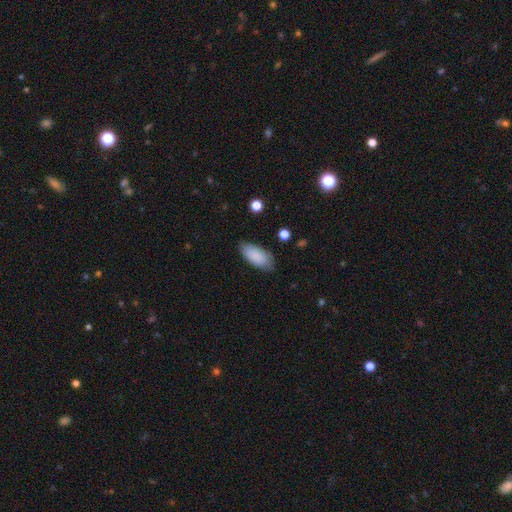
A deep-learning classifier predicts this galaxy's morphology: Smooth or featured? Predicted: smooth (p=0.88). How rounded? Predicted: in between (p=0.89). Merging? Predicted: none (p=0.79).